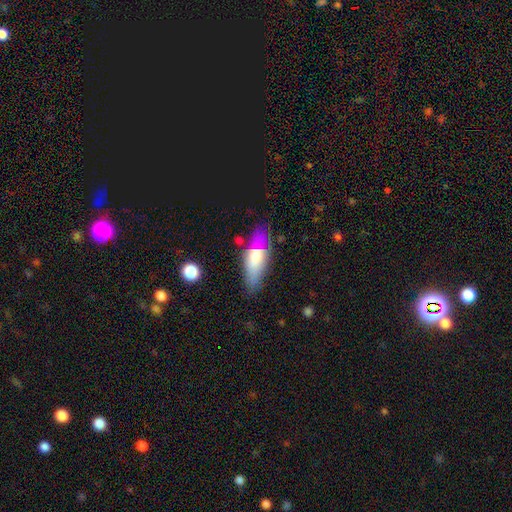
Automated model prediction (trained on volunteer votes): Smooth or featured? smooth (66%)
How rounded? in between (66%)
Merging? none (62%)